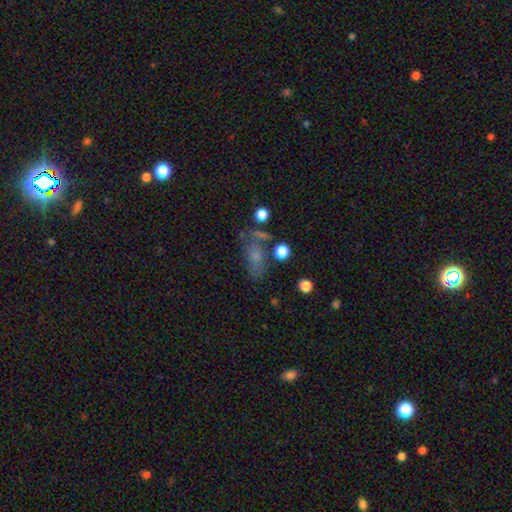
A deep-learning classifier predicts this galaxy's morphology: Smooth or featured: smooth — 53% (featured or disk — 25%)
How rounded: in between — 72% (round — 18%)
Merging: none — 49% (minor disturbance — 21%)